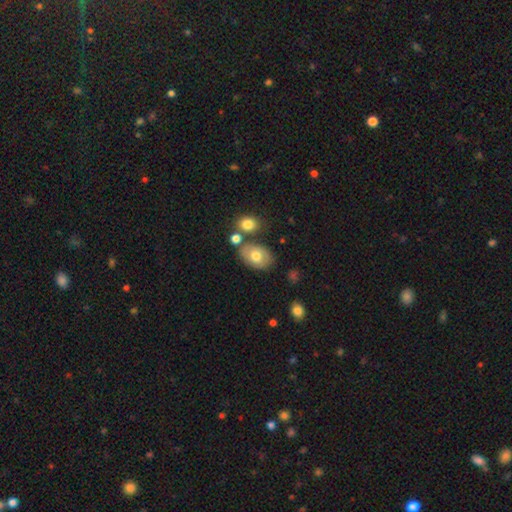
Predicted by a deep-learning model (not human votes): Smooth or featured? Predicted: smooth (p=0.67). How rounded? Predicted: in between (p=0.83). Merging? Predicted: none (p=0.66).